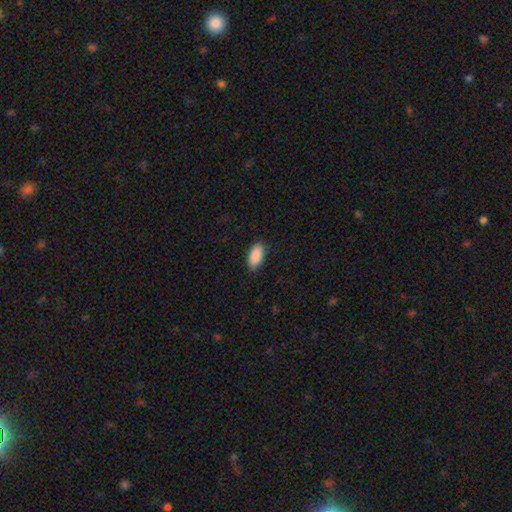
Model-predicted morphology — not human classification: The model was most divided on "merging": none: 84%, minor disturbance: 13%, major disturbance: 2%, merger: 1%. More confident: how rounded — in between (93%); smooth or featured — smooth (90%).